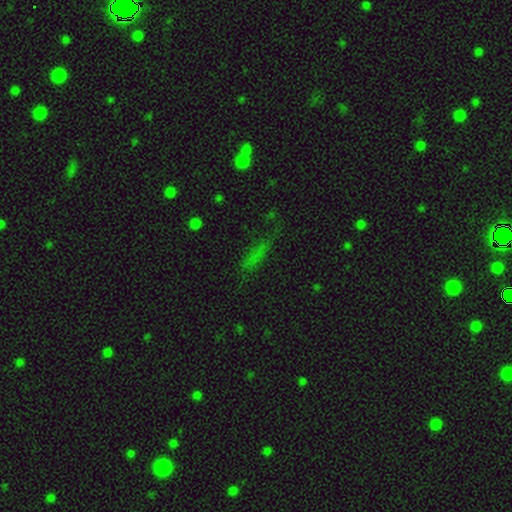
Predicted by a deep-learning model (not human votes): This appears to be a smooth galaxy with no disk features (52%) that is cigar-shaped (58%). Merging: none (69%).